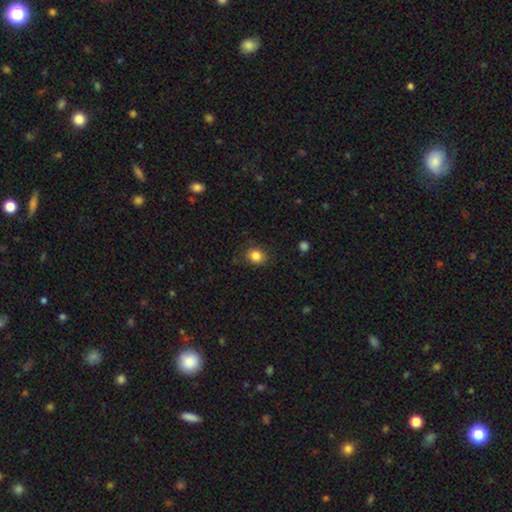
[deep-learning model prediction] Smooth or featured? Predicted: smooth (p=0.85). How rounded? Predicted: round (p=0.71). Merging? Predicted: none (p=0.84).